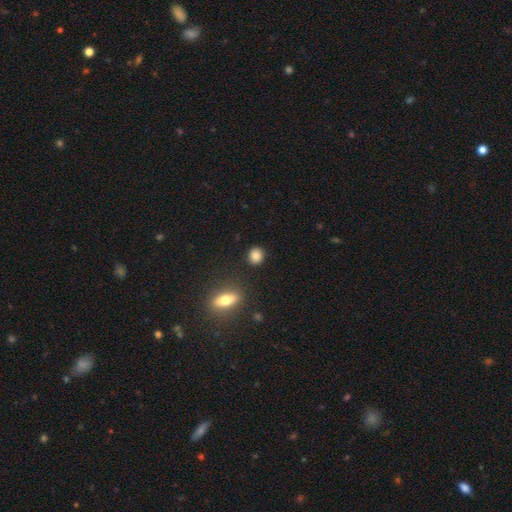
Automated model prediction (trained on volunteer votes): smooth_or_featured: smooth (p=0.86) [alt: star or artifact p=0.09]
how_rounded: round (p=0.80) [alt: in between p=0.18]
merging: none (p=0.89) [alt: minor disturbance p=0.07]